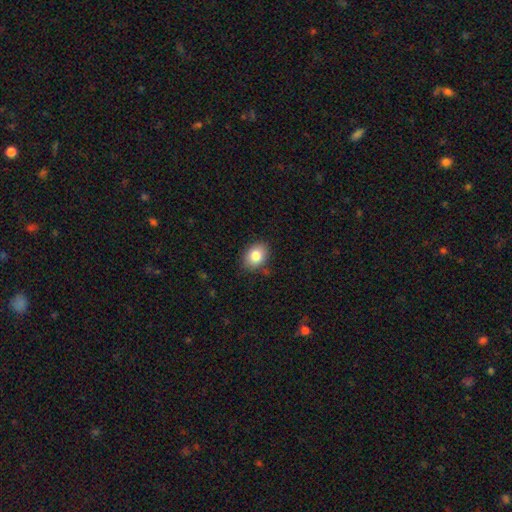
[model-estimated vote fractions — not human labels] Smooth or featured? Predicted: smooth (p=0.82). How rounded? Predicted: in between (p=0.69). Merging? Predicted: none (p=0.85).